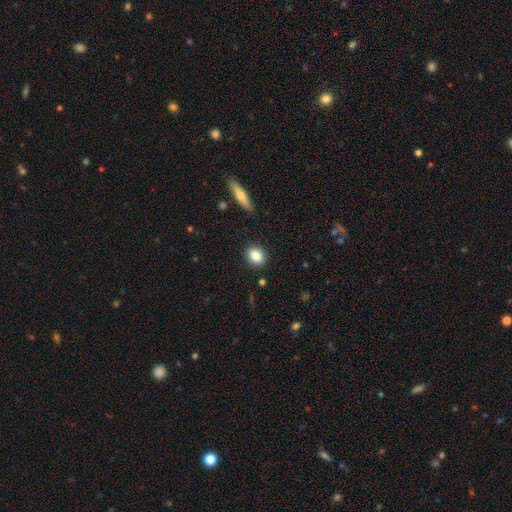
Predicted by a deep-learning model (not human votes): A smooth galaxy with no disk features (85%) that is in between round and cigar-shaped (51%). Merging: none (89%).